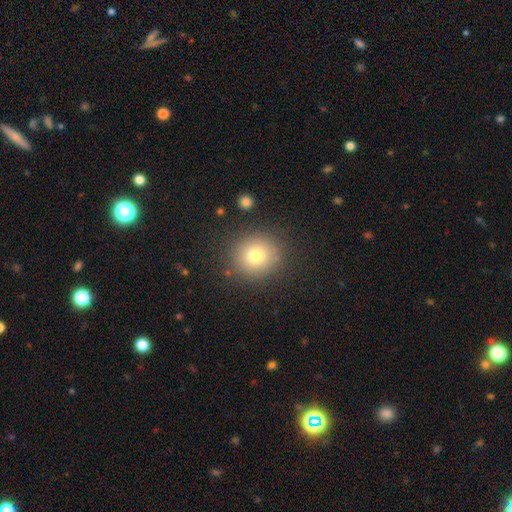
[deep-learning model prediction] Smooth or featured?
  - smooth: 76% *
  - star or artifact: 13%
  - featured or disk: 11%
How rounded?
  - round: 92% *
  - in between: 7%
  - cigar-shaped: 1%
Merging?
  - none: 87% *
  - minor disturbance: 8%
  - major disturbance: 3%
  - merger: 2%